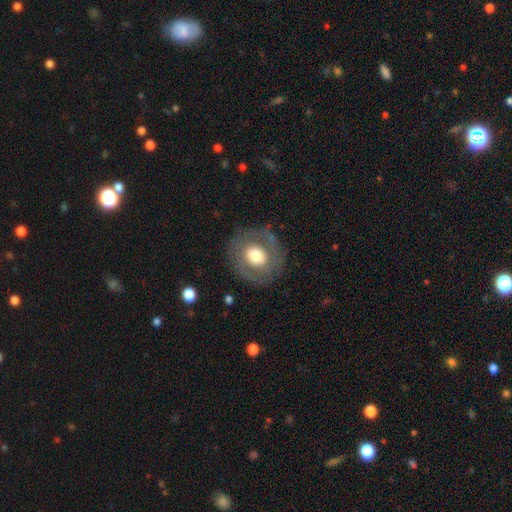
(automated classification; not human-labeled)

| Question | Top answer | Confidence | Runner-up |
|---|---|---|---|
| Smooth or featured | smooth | 56% | featured or disk (36%) |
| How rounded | round | 79% | in between (20%) |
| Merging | none | 81% | minor disturbance (11%) |